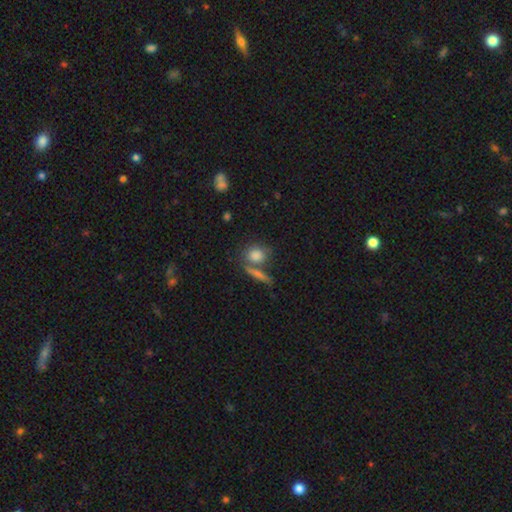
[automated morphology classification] smooth-or-featured: smooth: 79% | featured or disk: 11% | star or artifact: 9%
  how-rounded: round: 59% | in between: 33% | cigar-shaped: 8%
  merging: none: 56% | merger: 27% | minor disturbance: 12% | major disturbance: 5%